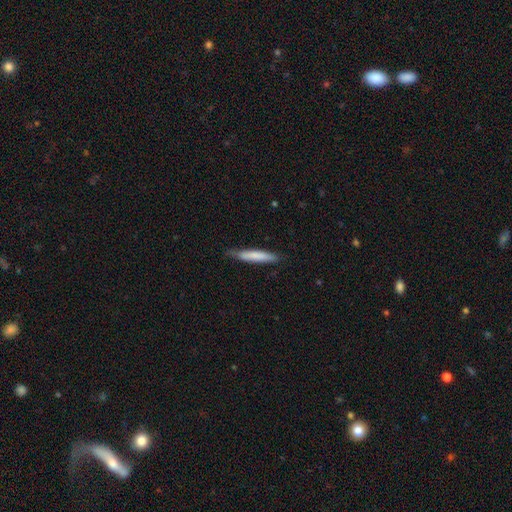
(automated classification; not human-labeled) Overall: smooth (73%). How rounded: cigar-shaped (92%). Merging: none (74%).